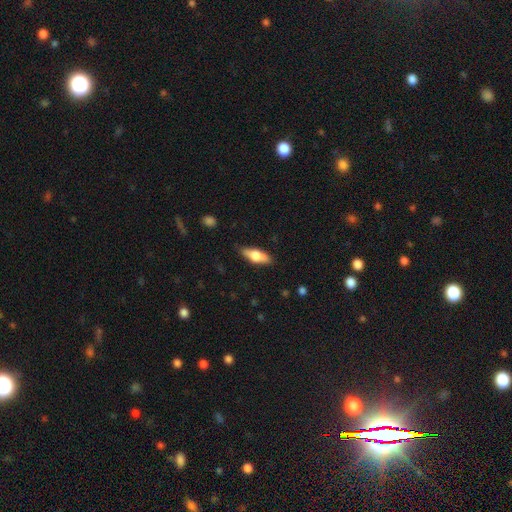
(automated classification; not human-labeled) Q: Smooth or featured?
A: smooth (57%); runner-up: featured or disk (37%)
Q: How rounded?
A: in between (67%); runner-up: cigar-shaped (29%)
Q: Merging?
A: none (81%); runner-up: minor disturbance (15%)